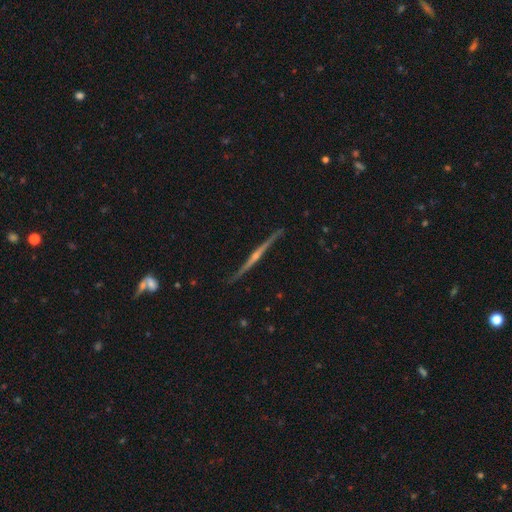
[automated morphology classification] smooth-or-featured: featured or disk: 86% | smooth: 9% | star or artifact: 5%
  disk-edge-on: yes: 98% | no: 2%
    edge-on-bulge: rounded: 80% | none: 14% | boxy: 6%
  merging: none: 89% | minor disturbance: 9% | major disturbance: 1% | merger: 1%